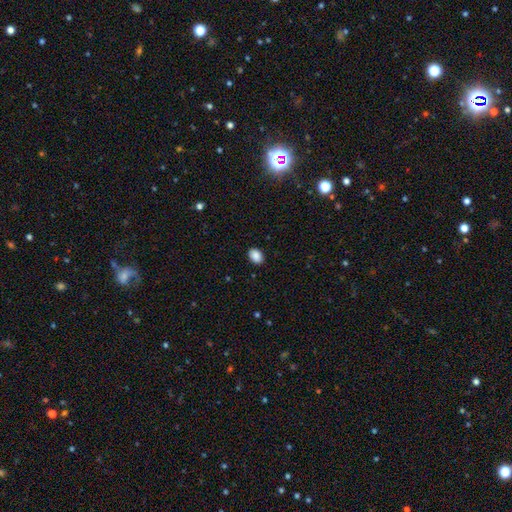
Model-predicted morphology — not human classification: type=smooth (89%); roundness=in between (71%); merging=none (90%).